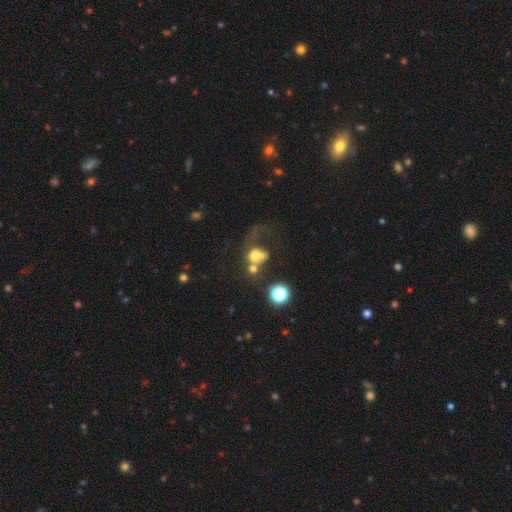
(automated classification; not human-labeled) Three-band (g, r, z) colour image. It shows a smooth galaxy with no disk features (54%) that is round (67%). Merging: merger (48%).